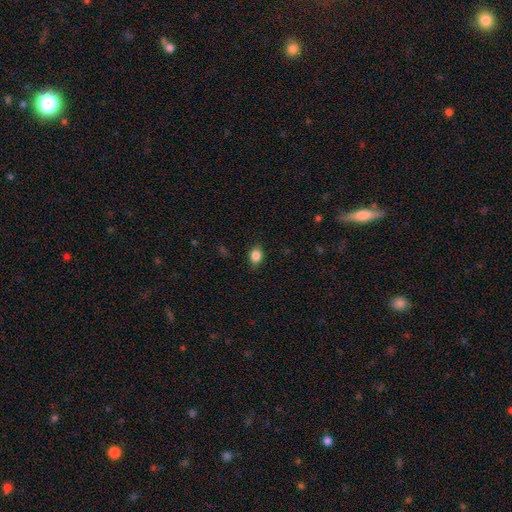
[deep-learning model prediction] The model was most divided on "how rounded": in between: 66%, round: 32%, cigar-shaped: 2%. More confident: smooth or featured — smooth (85%); merging — none (83%).